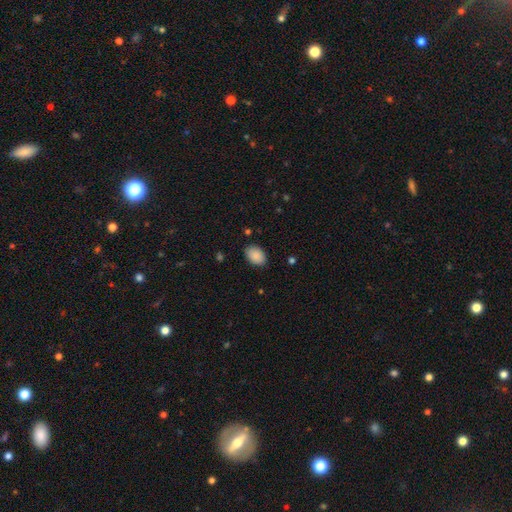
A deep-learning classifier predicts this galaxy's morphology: Smooth or featured? Predicted: smooth (p=0.90). How rounded? Predicted: in between (p=0.86). Merging? Predicted: none (p=0.85).